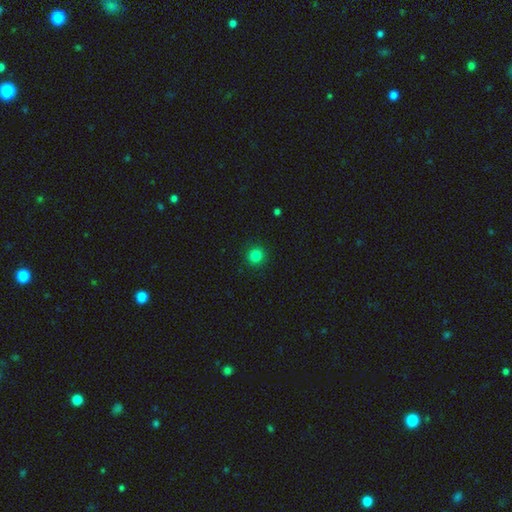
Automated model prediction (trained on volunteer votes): A smooth galaxy with no disk features (83%) that is round (93%). Merging: none (92%).